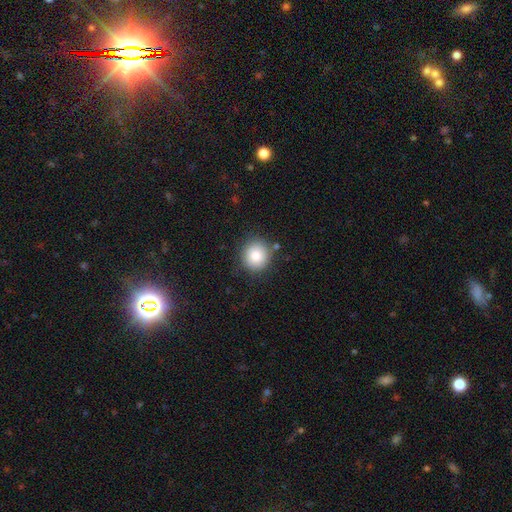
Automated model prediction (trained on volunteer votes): smooth_or_featured: smooth (p=0.82) [alt: star or artifact p=0.09]
how_rounded: round (p=0.91) [alt: in between p=0.09]
merging: none (p=0.83) [alt: minor disturbance p=0.11]